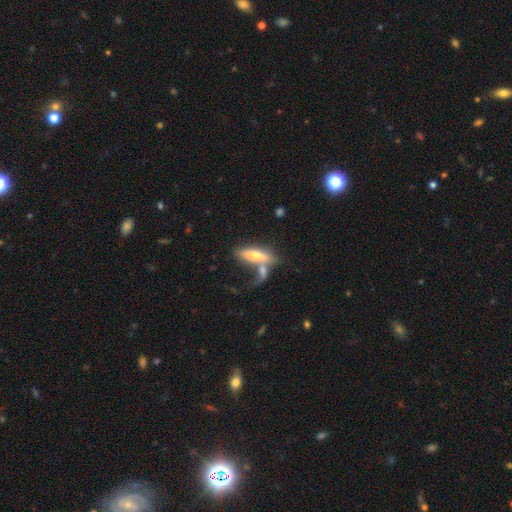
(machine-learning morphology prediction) Smooth or featured: smooth — 55% (featured or disk — 38%)
How rounded: cigar-shaped — 55% (in between — 42%)
Merging: merger — 42% (none — 34%)